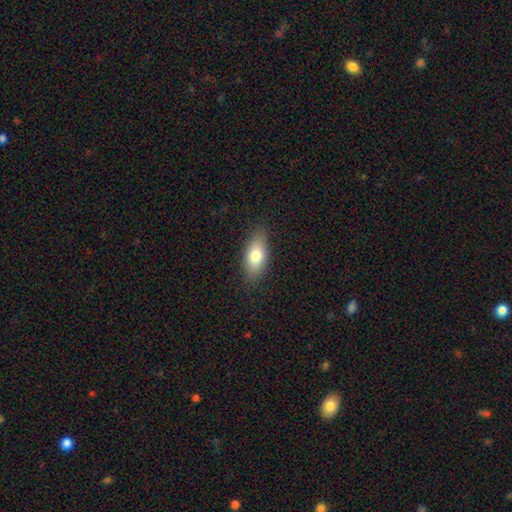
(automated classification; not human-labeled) Smooth or featured: smooth — 77% (featured or disk — 16%)
How rounded: in between — 85% (cigar-shaped — 10%)
Merging: none — 84% (minor disturbance — 12%)